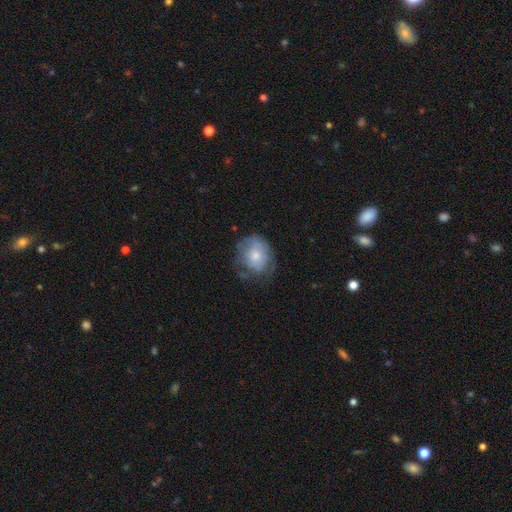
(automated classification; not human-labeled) Morphology: type=smooth (55%); roundness=round (64%); merging=none (48%).